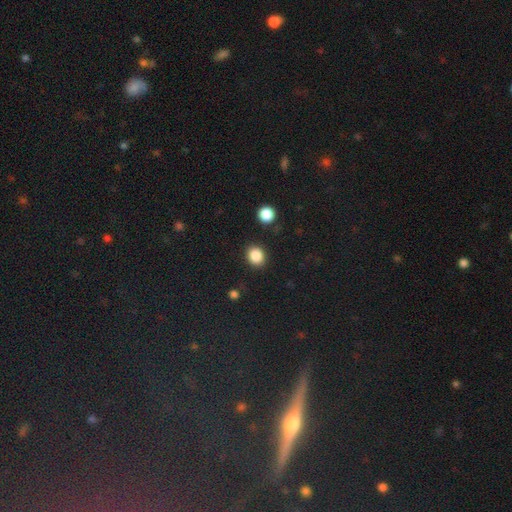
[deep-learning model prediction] Smooth or featured? smooth (86%)
How rounded? round (67%)
Merging? none (88%)